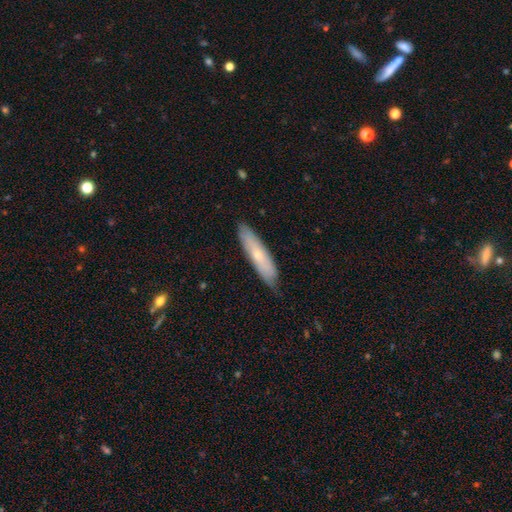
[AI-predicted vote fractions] A smooth galaxy with no disk features (48%). Merging: none (87%).